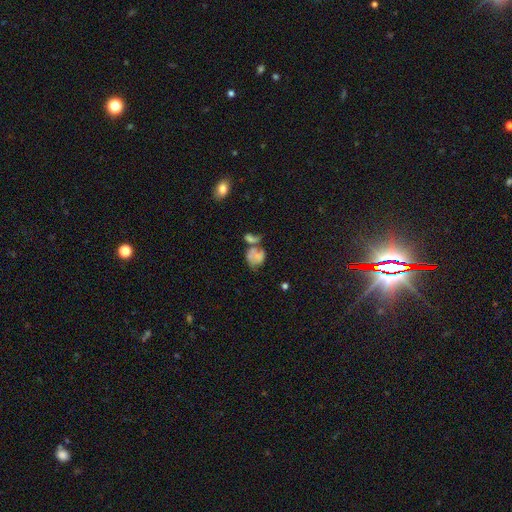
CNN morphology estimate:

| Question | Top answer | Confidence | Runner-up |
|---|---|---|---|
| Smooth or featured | smooth | 54% | featured or disk (34%) |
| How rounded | in between | 63% | round (36%) |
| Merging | merger | 50% | none (19%) |